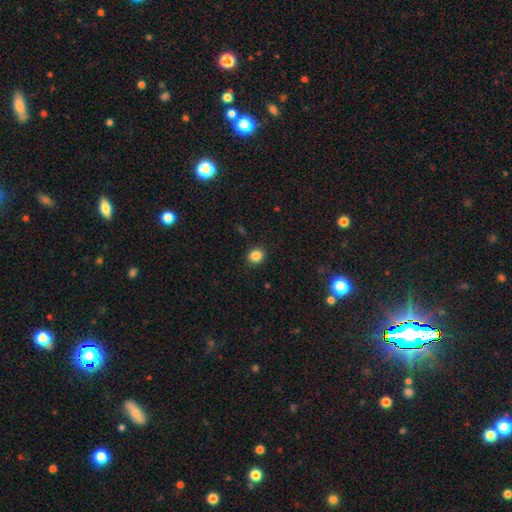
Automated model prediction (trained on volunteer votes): Morphology: type=smooth (86%); roundness=round (70%); merging=none (89%).